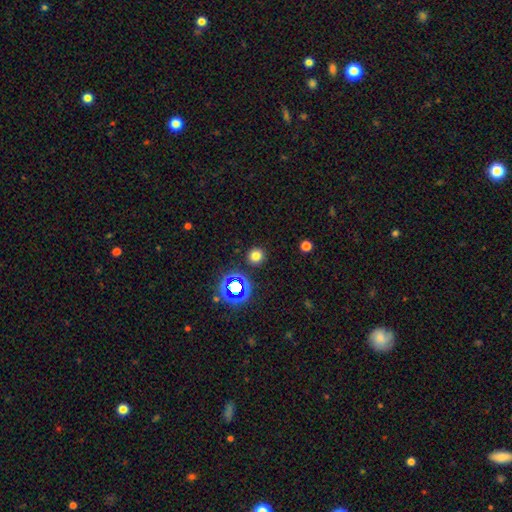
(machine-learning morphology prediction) The model was most divided on "smooth or featured": smooth: 74%, star or artifact: 21%, featured or disk: 5%. More confident: how rounded — round (94%); merging — none (90%).